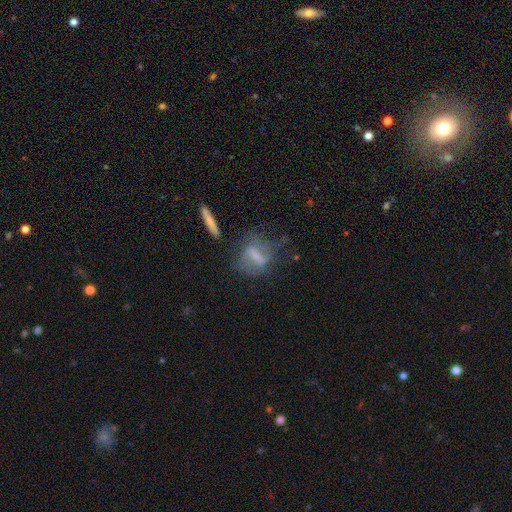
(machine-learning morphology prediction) Overall: featured or disk (48%; smooth 41%). Merging: none (53%; major disturbance 21%).